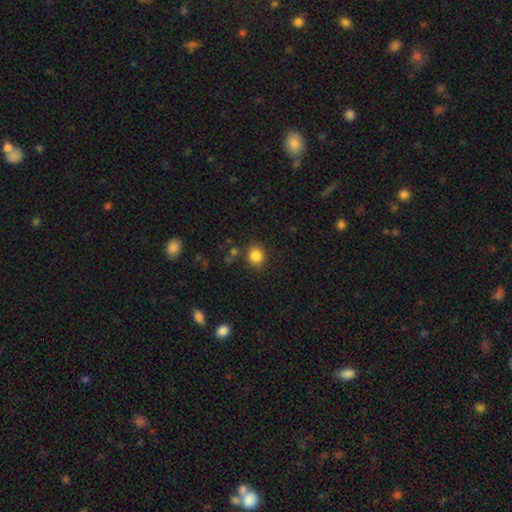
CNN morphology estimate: This appears to be a smooth galaxy with no disk features (85%) that is round (81%). Merging: none (85%).